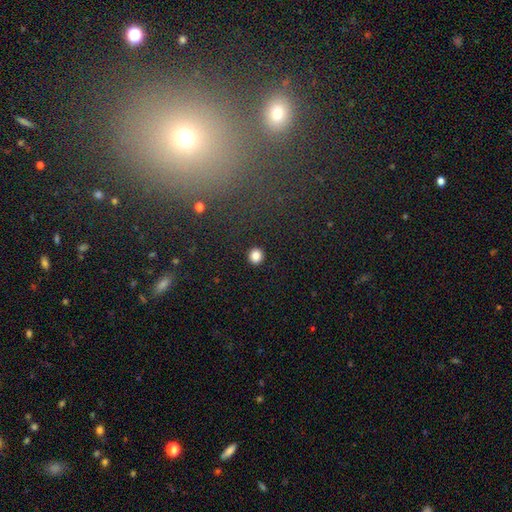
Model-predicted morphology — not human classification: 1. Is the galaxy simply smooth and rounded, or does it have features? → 85% smooth, 11% star or artifact, 4% featured or disk.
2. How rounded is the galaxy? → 91% round, 8% in between, 1% cigar-shaped.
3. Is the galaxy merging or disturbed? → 92% none, 5% minor disturbance, 2% major disturbance, 1% merger.